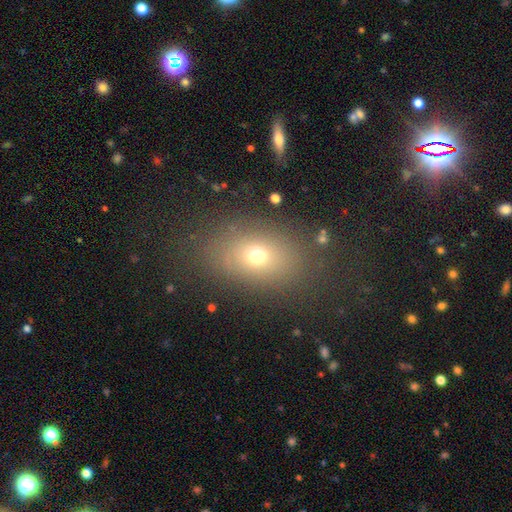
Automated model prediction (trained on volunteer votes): This appears to be a smooth galaxy with no disk features (67%) that is in between round and cigar-shaped (75%). Merging: none (80%).